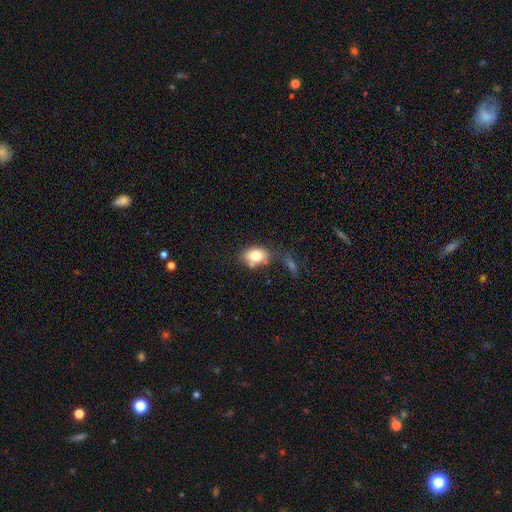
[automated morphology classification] The model was most divided on "merging": none: 58%, minor disturbance: 19%, merger: 16%, major disturbance: 7%. More confident: smooth or featured — smooth (78%); how rounded — in between (77%).